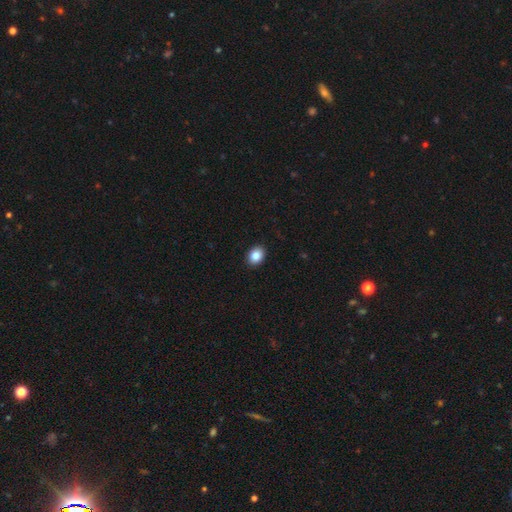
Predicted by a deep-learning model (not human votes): The model was most divided on "how rounded": in between: 62%, round: 38%, cigar-shaped: 1%. More confident: merging — none (91%); smooth or featured — smooth (86%).